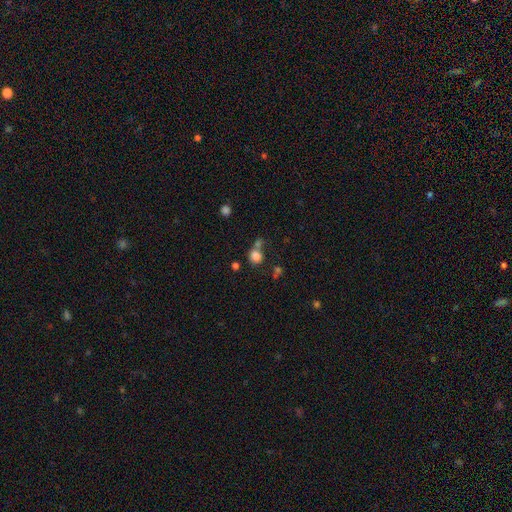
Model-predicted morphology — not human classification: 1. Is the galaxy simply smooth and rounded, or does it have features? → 81% smooth, 13% star or artifact, 6% featured or disk.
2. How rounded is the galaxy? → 81% round, 18% in between, 1% cigar-shaped.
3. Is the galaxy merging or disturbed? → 53% none, 30% merger, 11% minor disturbance, 6% major disturbance.